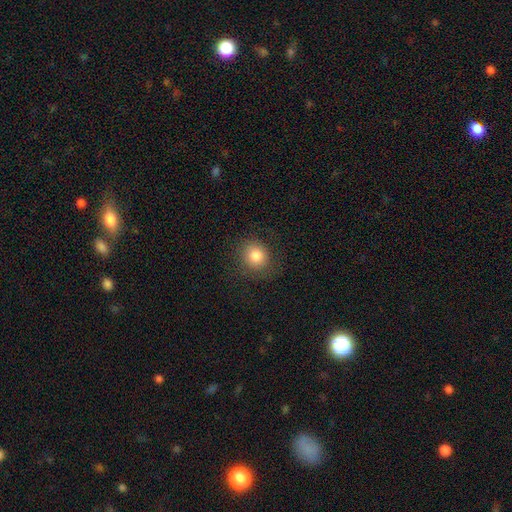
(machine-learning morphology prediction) Smooth or featured?
  - smooth: 83% *
  - star or artifact: 10%
  - featured or disk: 7%
How rounded?
  - round: 83% *
  - in between: 16%
  - cigar-shaped: 1%
Merging?
  - none: 85% *
  - minor disturbance: 10%
  - major disturbance: 4%
  - merger: 1%